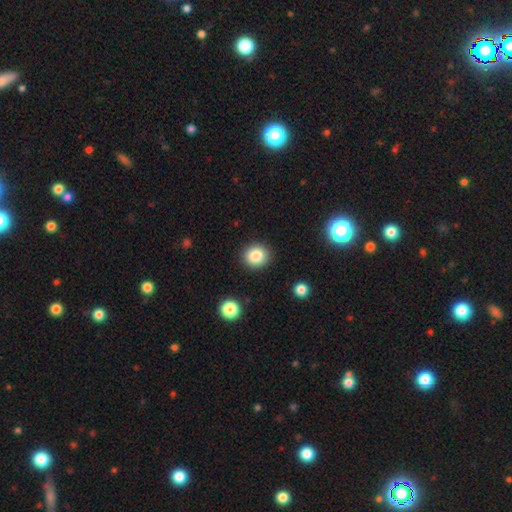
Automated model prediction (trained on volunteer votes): Morphology: type=smooth (84%); roundness=round (85%); merging=none (90%).